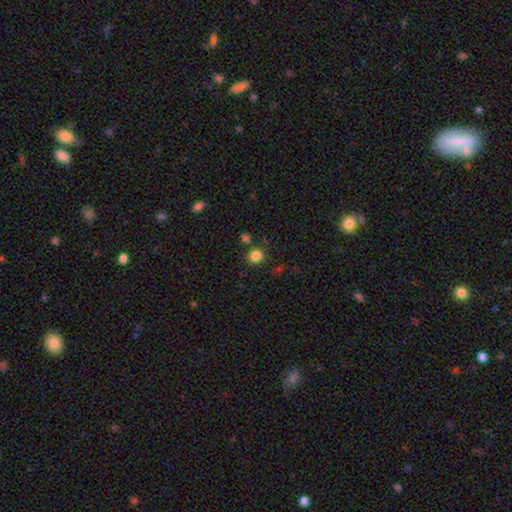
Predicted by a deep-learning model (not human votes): Smooth or featured? smooth (84%)
How rounded? round (89%)
Merging? none (82%)